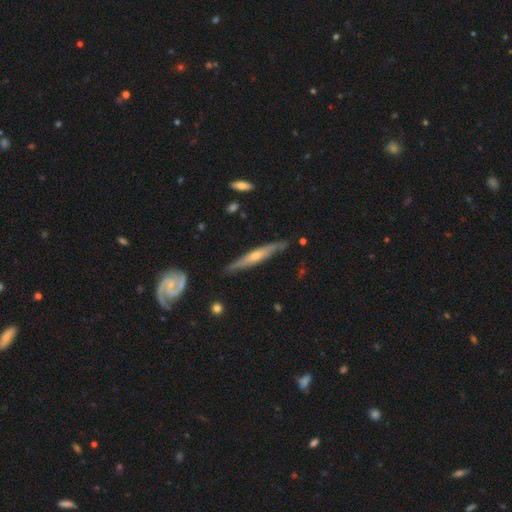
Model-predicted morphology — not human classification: Smooth or featured?
  - featured or disk: 70% *
  - smooth: 24%
  - star or artifact: 5%
Edge-on disk?
  - yes: 90% *
  - no: 10%
Edge-on bulge?
  - rounded: 78% *
  - none: 17%
  - boxy: 5%
Merging?
  - none: 80% *
  - minor disturbance: 15%
  - major disturbance: 3%
  - merger: 2%